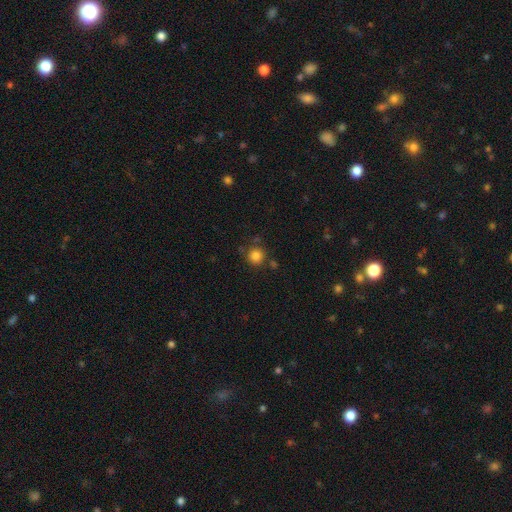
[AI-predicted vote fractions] Smooth or featured? Predicted: smooth (p=0.84). How rounded? Predicted: round (p=0.94). Merging? Predicted: none (p=0.82).